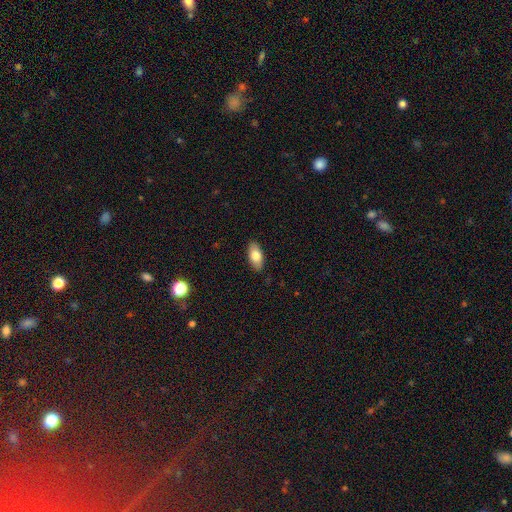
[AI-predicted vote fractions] A smooth galaxy with no disk features (76%) that is in between round and cigar-shaped (89%).

Vote fractions:
- Smooth or featured? smooth: 76% / featured or disk: 17% / star or artifact: 7%
- How rounded? in between: 89% / cigar-shaped: 8% / round: 3%
- Merging? none: 89% / minor disturbance: 9% / major disturbance: 2% / merger: 1%